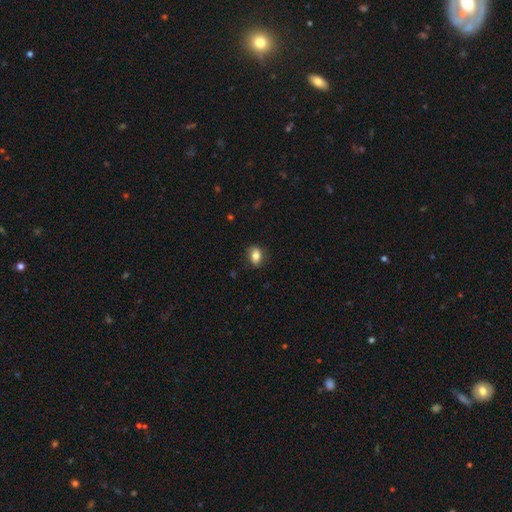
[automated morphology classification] This appears to be a smooth galaxy with no disk features (78%) that is in between round and cigar-shaped (77%). Merging: none (81%).